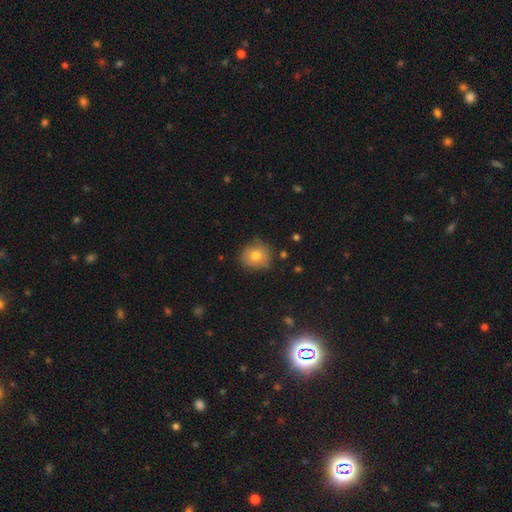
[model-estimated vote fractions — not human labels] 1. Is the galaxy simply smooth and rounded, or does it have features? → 77% smooth, 13% featured or disk, 10% star or artifact.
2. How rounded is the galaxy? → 85% round, 14% in between, 1% cigar-shaped.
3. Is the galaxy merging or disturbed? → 77% none, 18% minor disturbance, 4% major disturbance, 2% merger.